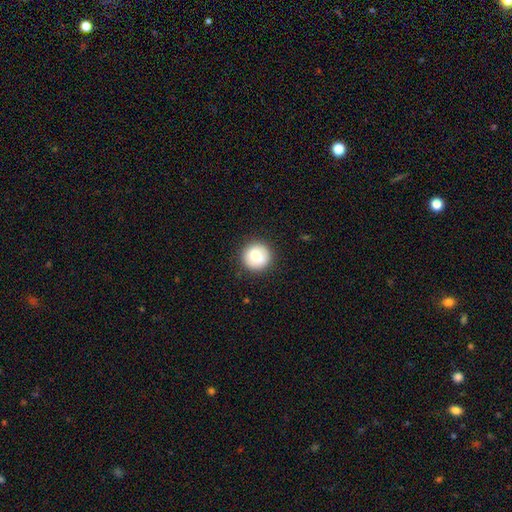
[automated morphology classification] The model was most divided on "smooth or featured": smooth: 74%, featured or disk: 17%, star or artifact: 8%. More confident: how rounded — round (94%); merging — none (90%).